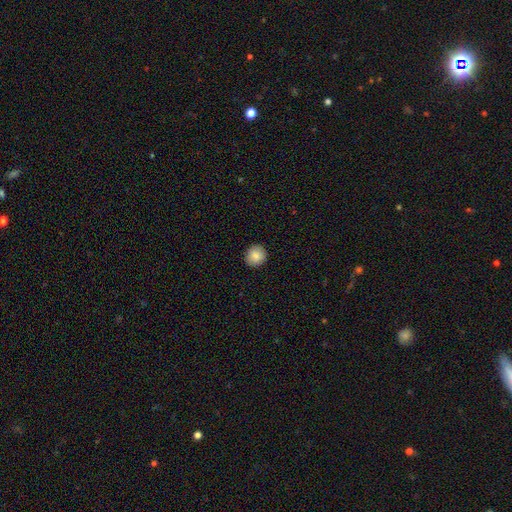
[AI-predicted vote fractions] Q: Smooth or featured?
A: smooth (87%); runner-up: star or artifact (8%)
Q: How rounded?
A: round (88%); runner-up: in between (11%)
Q: Merging?
A: none (91%); runner-up: minor disturbance (6%)